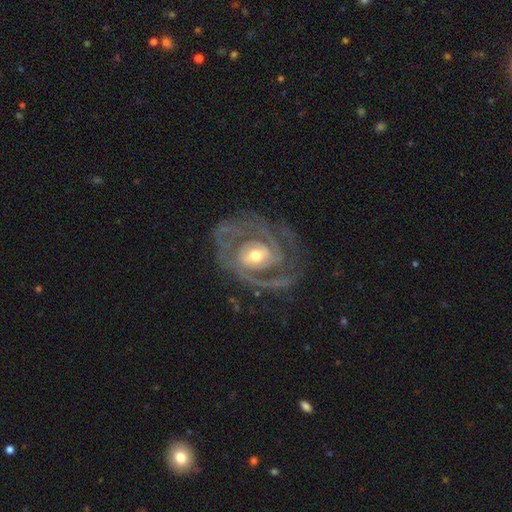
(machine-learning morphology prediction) A featured or disk galaxy (90%) with no bar (43%), 2 (45%) tight (53%) spiral arms (95%) and a moderate central bulge (66%).

Vote fractions:
- Smooth or featured? featured or disk: 90% / smooth: 6% / star or artifact: 4%
- Edge-on disk? no: 97% / yes: 3%
- Bar? no: 43% / weak: 39% / strong: 18%
- Spiral arms? yes: 95% / no: 5%
- Spiral winding? tight: 53% / medium: 36% / loose: 11%
- Spiral arm count? 2: 45% / 3: 19% / can't tell: 18% / 1: 7% / 4: 6% / more than 4: 5%
- Bulge size? moderate: 66% / small: 25% / large: 8% / dominant: 1% / none: 1%
- Merging? none: 66% / minor disturbance: 17% / major disturbance: 15% / merger: 2%